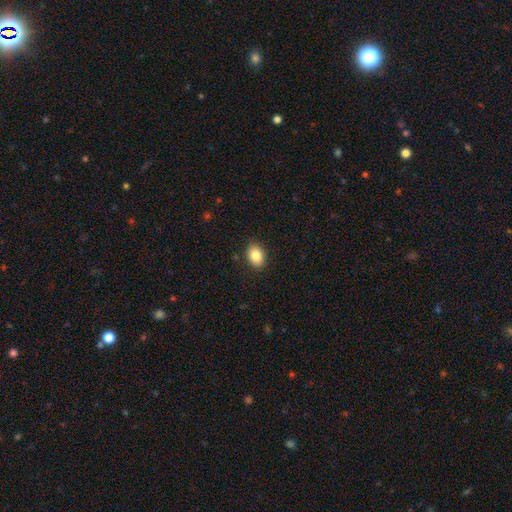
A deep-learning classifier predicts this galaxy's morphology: This is clearly a smooth galaxy (85%). How rounded: likely in between (77%). Merging: clearly none (89%).